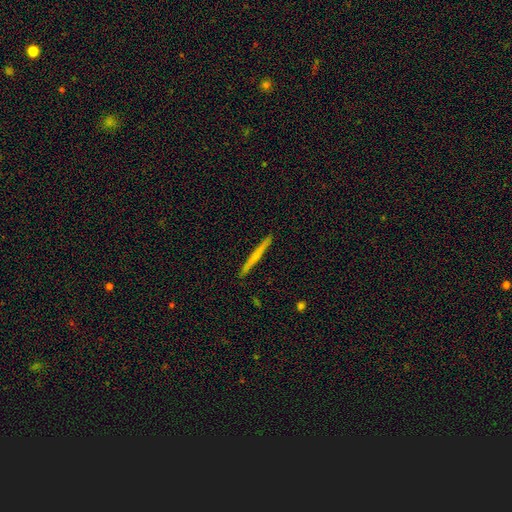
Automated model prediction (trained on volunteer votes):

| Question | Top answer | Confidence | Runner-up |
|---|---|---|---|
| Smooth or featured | featured or disk | 48% | smooth (46%) |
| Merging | none | 92% | minor disturbance (6%) |